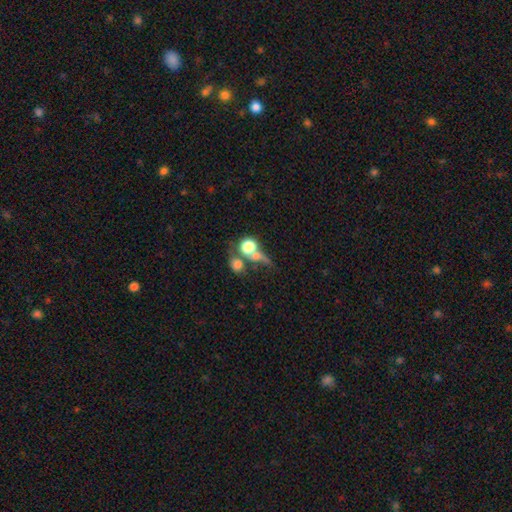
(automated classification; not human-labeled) Q: Smooth or featured?
A: smooth (59%); runner-up: featured or disk (21%)
Q: How rounded?
A: round (71%); runner-up: in between (23%)
Q: Merging?
A: merger (42%); runner-up: none (31%)